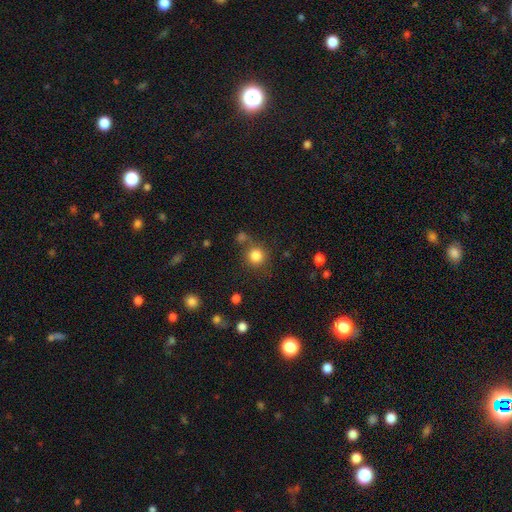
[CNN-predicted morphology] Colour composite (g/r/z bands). It shows a smooth galaxy with no disk features (83%) that is round (92%). Merging: none (74%).